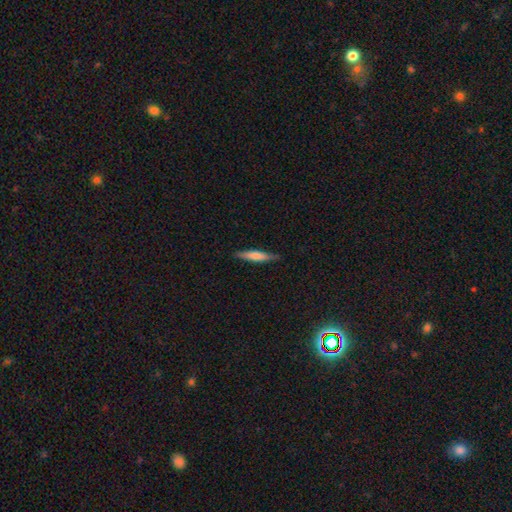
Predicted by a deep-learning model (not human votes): This is possibly a smooth galaxy (58%). How rounded: clearly cigar-shaped (88%). Merging: clearly none (87%).